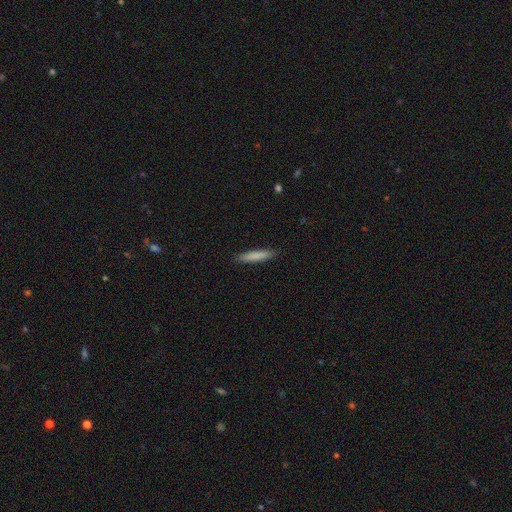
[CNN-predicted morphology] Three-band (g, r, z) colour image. It shows a smooth galaxy with no disk features (84%) that is cigar-shaped (90%). Merging: none (89%).